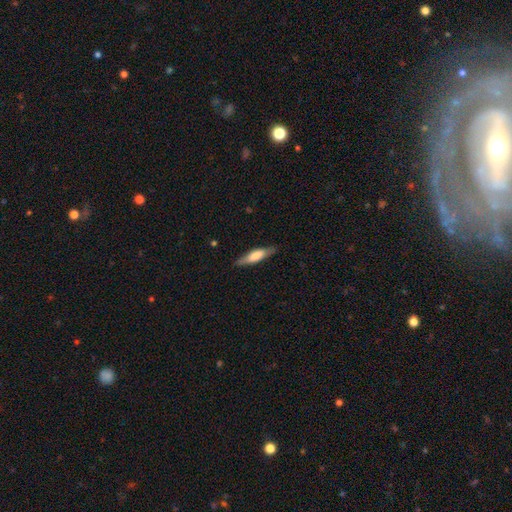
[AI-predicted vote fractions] smooth_or_featured: smooth (p=0.61) [alt: featured or disk p=0.34]
how_rounded: cigar-shaped (p=0.72) [alt: in between p=0.27]
merging: none (p=0.82) [alt: minor disturbance p=0.14]